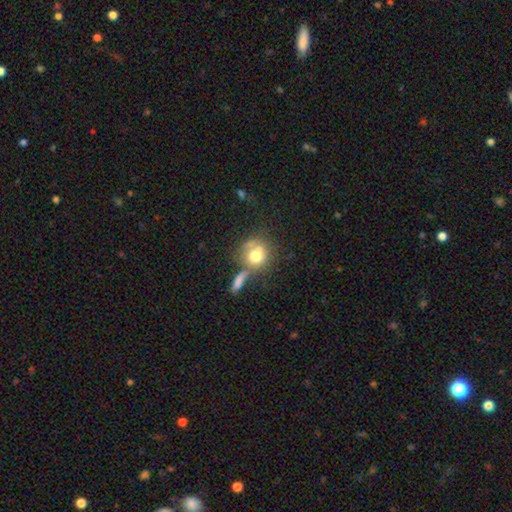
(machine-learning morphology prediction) smooth 72%, featured or disk 18%, star or artifact 10%. Down the decision tree: how rounded — round (82%); merging — none (42%).